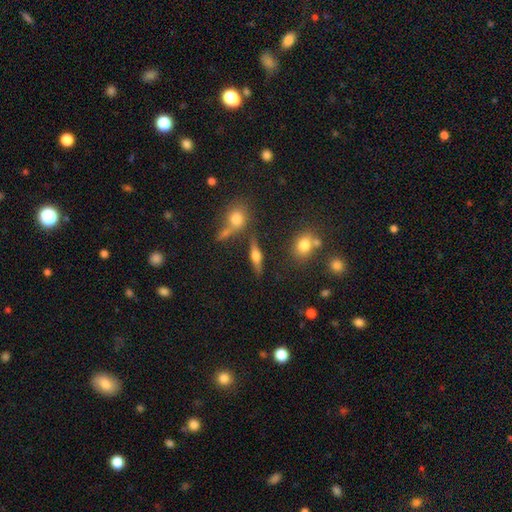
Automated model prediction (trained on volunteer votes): Smooth or featured? Predicted: featured or disk (p=0.59). Edge-on disk? Predicted: yes (p=0.91). Edge-on bulge? Predicted: rounded (p=0.93). Merging? Predicted: none (p=0.74).